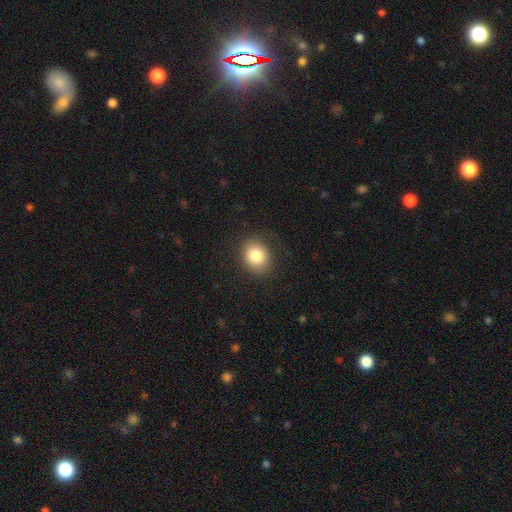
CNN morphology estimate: Smooth or featured: smooth — 83% (star or artifact — 9%)
How rounded: round — 59% (in between — 40%)
Merging: none — 85% (minor disturbance — 10%)